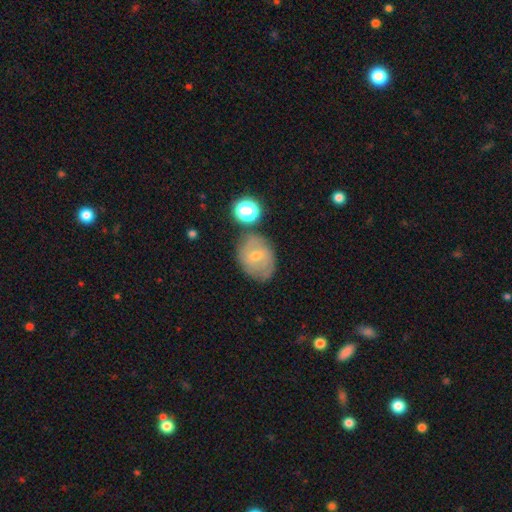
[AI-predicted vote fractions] Smooth or featured? smooth (45%)
Merging? none (65%)